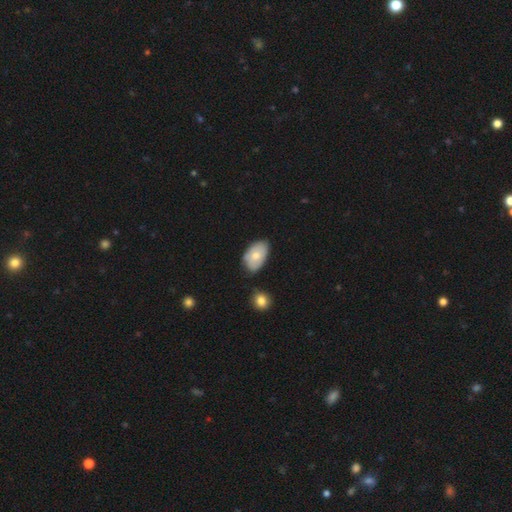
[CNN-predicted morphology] Overall: smooth (67%). How rounded: in between (91%). Merging: none (59%; minor disturbance 30%).